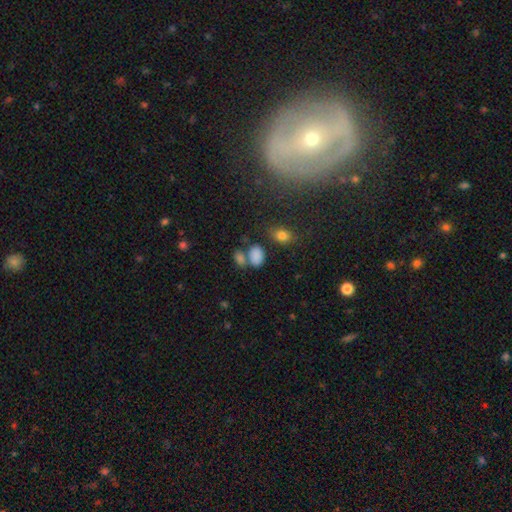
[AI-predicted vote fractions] Morphology: type=smooth (82%); roundness=in between (82%); merging=none (48%).